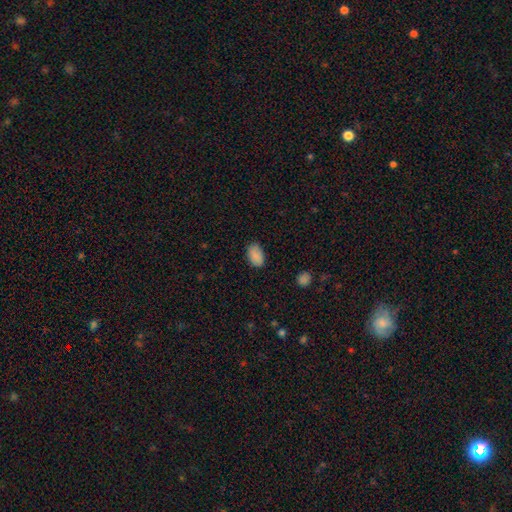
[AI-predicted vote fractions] Q: Smooth or featured?
A: smooth (89%); runner-up: star or artifact (8%)
Q: How rounded?
A: in between (90%); runner-up: round (8%)
Q: Merging?
A: none (84%); runner-up: minor disturbance (12%)